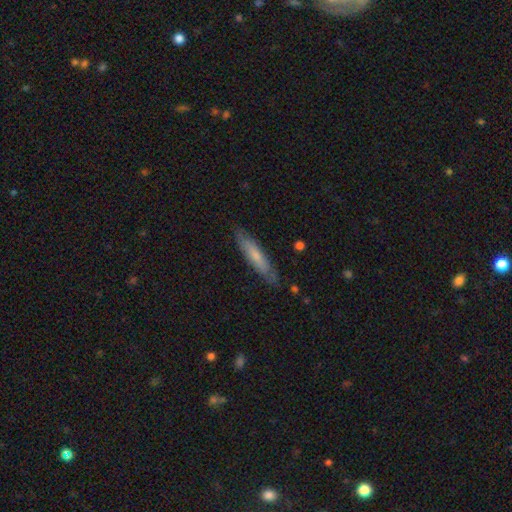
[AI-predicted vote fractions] This is likely a smooth galaxy (62%). How rounded: clearly cigar-shaped (83%). Merging: clearly none (82%).